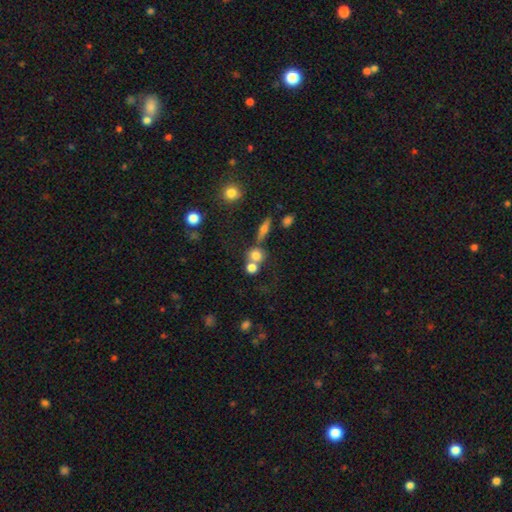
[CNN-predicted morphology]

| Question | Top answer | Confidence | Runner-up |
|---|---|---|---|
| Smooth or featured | smooth | 73% | featured or disk (14%) |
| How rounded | round | 83% | in between (15%) |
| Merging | none | 44% | tied: merger (44%) |